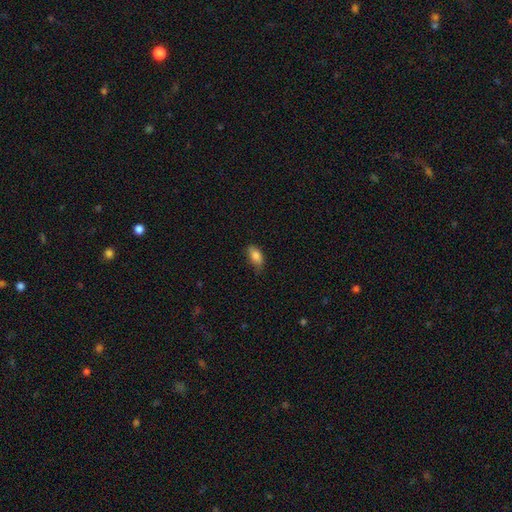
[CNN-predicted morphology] A smooth galaxy with no disk features (85%) that is in between round and cigar-shaped (90%). Merging: none (66%).